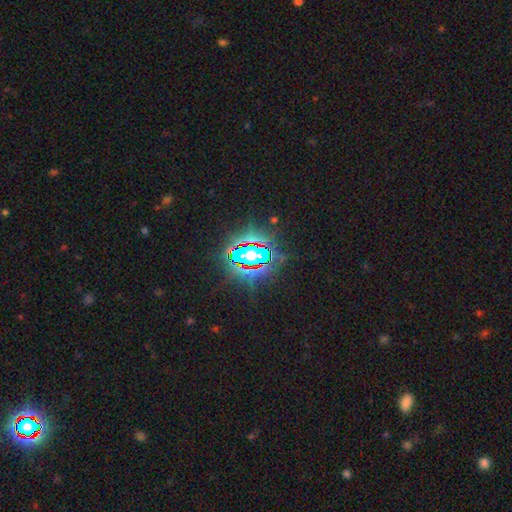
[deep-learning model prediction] smooth-or-featured: star or artifact: 81% | smooth: 10% | featured or disk: 8%